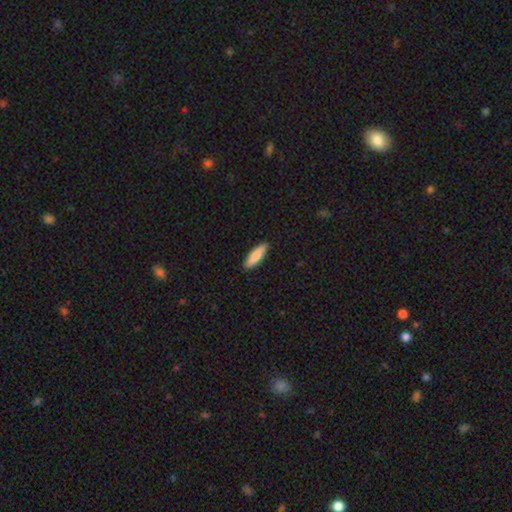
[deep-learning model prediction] Q: Smooth or featured?
A: smooth (84%); runner-up: featured or disk (11%)
Q: How rounded?
A: cigar-shaped (62%); runner-up: in between (36%)
Q: Merging?
A: none (89%); runner-up: minor disturbance (9%)